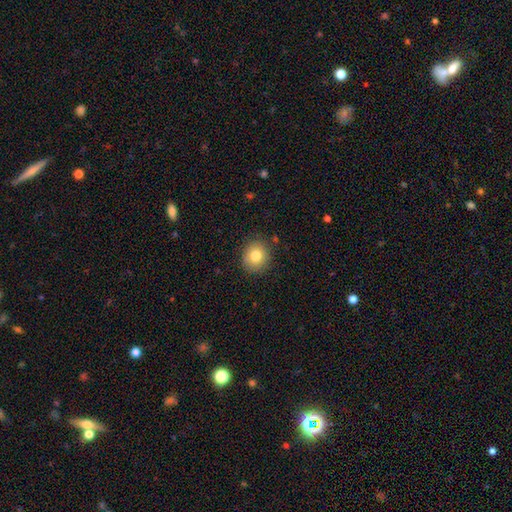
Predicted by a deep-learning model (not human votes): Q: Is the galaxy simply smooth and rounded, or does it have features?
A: smooth — 81%.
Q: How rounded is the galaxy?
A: round — 84%.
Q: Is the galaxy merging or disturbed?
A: none — 87%.